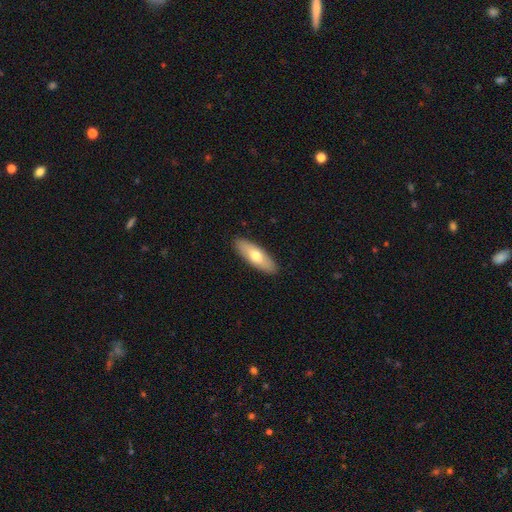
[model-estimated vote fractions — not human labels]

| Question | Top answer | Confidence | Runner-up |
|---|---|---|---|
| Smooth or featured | smooth | 68% | featured or disk (27%) |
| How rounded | in between | 63% | cigar-shaped (35%) |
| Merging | none | 90% | minor disturbance (8%) |